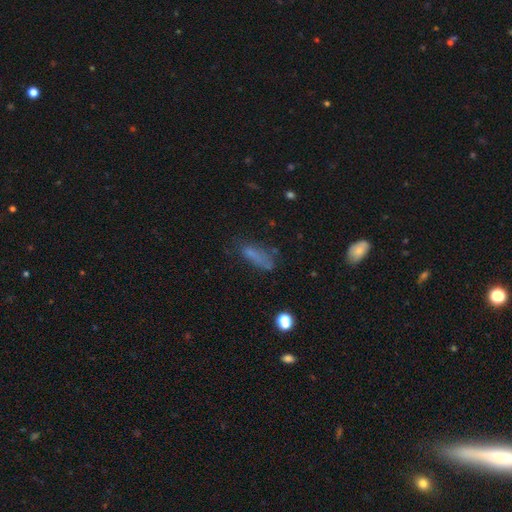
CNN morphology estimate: Smooth or featured: smooth — 64% (featured or disk — 19%)
How rounded: in between — 52% (cigar-shaped — 44%)
Merging: none — 46% (minor disturbance — 26%)